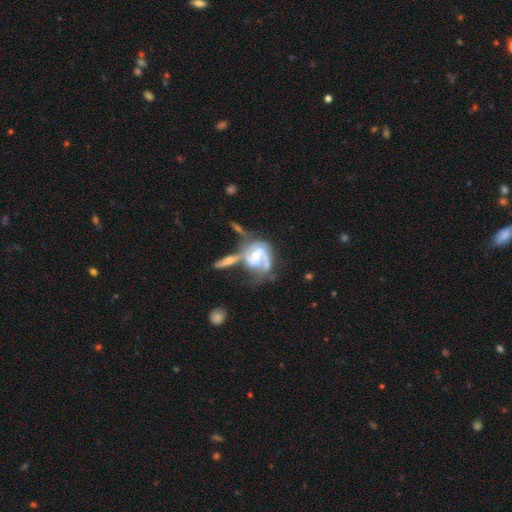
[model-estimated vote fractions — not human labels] featured or disk 85%, smooth 10%, star or artifact 5%. Down the decision tree: edge-on disk — no (96%); bar — no (53%); spiral arms — yes (93%); spiral arm count — 2 (58%); spiral winding — medium (44%); bulge size — moderate (56%); merging — merger (42%).